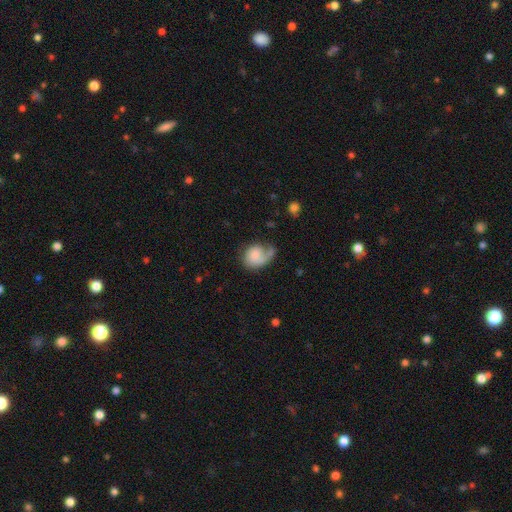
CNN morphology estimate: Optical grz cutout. It shows a featured or disk galaxy (56%) with no bar (70%), spiral arms (87%) and a small central bulge (44%). Merging: none (41%).